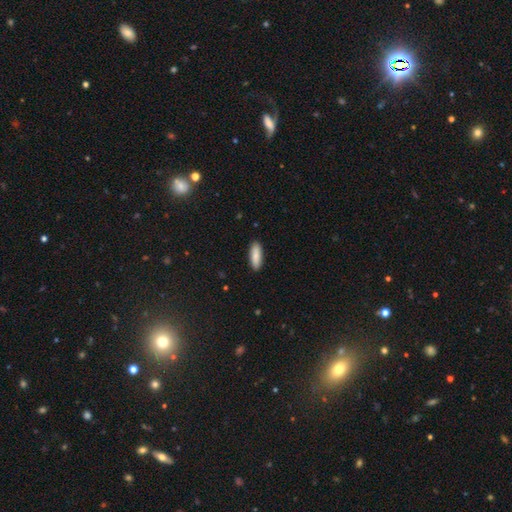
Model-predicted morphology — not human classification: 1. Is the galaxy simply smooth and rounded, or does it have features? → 86% smooth, 8% featured or disk, 6% star or artifact.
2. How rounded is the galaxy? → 56% in between, 42% cigar-shaped, 2% round.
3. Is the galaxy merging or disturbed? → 90% none, 7% minor disturbance, 2% major disturbance, 1% merger.